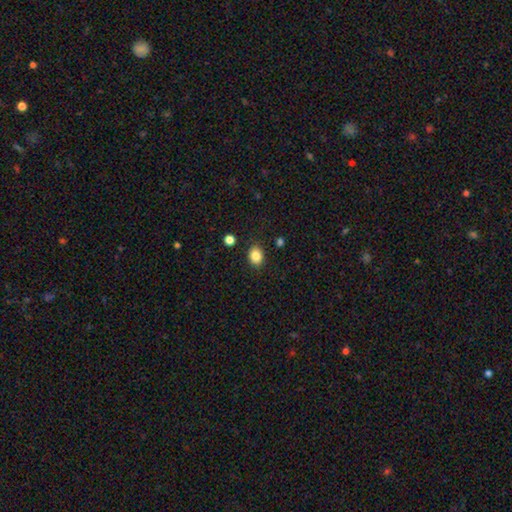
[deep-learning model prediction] Q: Smooth or featured?
A: smooth (84%); runner-up: star or artifact (10%)
Q: How rounded?
A: in between (50%); runner-up: round (49%)
Q: Merging?
A: none (87%); runner-up: minor disturbance (9%)